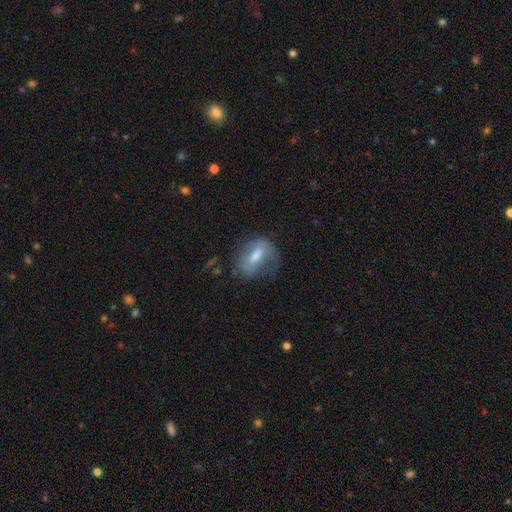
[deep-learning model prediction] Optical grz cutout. It shows a smooth galaxy with no disk features (46%). Merging: none (45%).